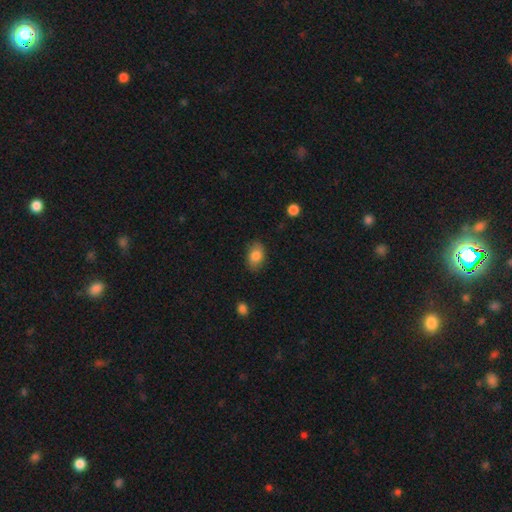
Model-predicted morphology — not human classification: This is clearly a smooth galaxy (83%). How rounded: clearly in between (82%). Merging: clearly none (82%).